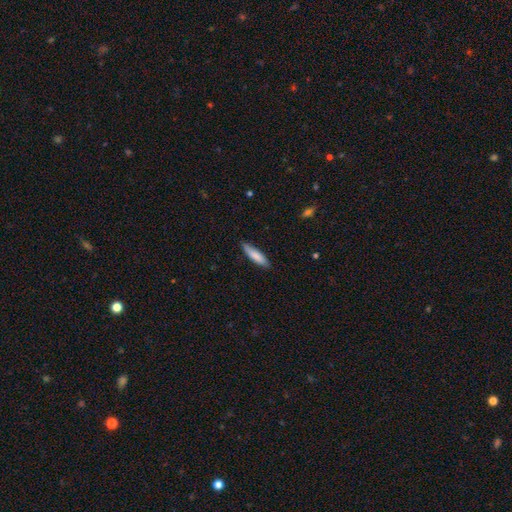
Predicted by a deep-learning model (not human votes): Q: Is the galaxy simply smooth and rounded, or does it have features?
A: smooth — 82%.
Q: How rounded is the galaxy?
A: cigar-shaped — 74%.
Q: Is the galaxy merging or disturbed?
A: none — 84%.